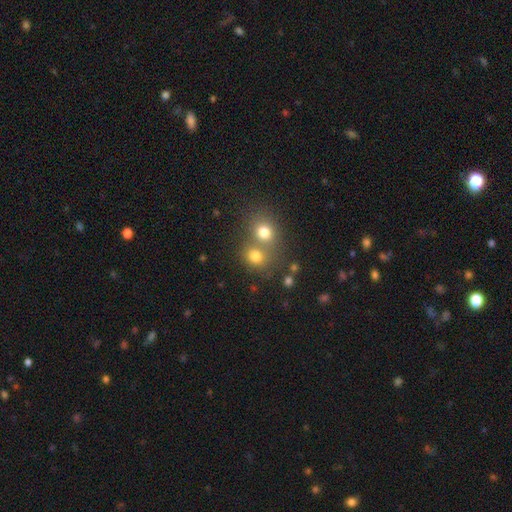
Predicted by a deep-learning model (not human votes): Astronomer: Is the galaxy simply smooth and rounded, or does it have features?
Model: smooth — 74%.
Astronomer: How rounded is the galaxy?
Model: round — 73%.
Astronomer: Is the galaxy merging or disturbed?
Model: merger — 49% (runner-up: none, 41%).